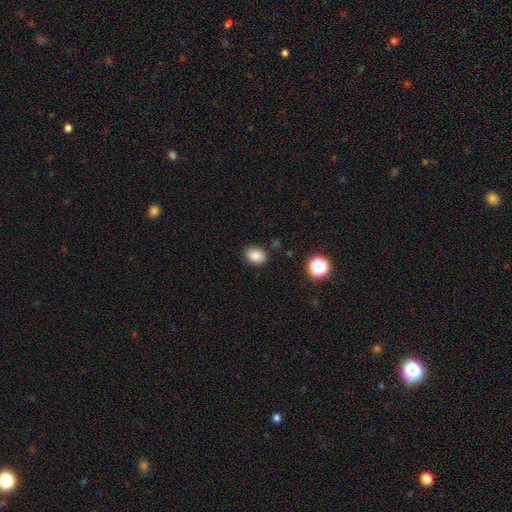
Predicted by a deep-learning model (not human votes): Overall: smooth (85%). How rounded: in between (68%; round 31%). Merging: none (85%).